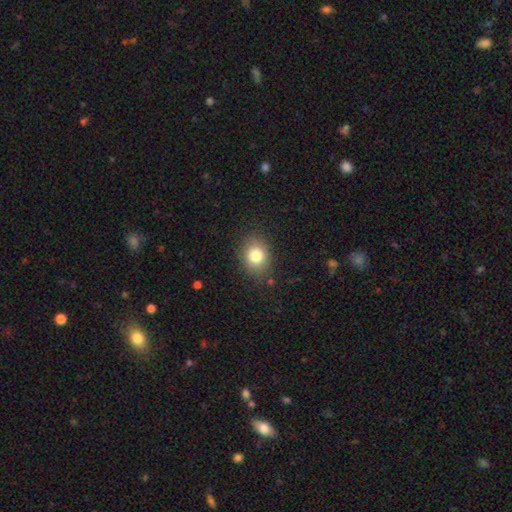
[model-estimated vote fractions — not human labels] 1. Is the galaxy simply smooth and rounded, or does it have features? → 80% smooth, 11% star or artifact, 9% featured or disk.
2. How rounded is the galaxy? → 52% round, 47% in between, 1% cigar-shaped.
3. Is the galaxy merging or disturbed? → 84% none, 12% minor disturbance, 3% major disturbance, 2% merger.